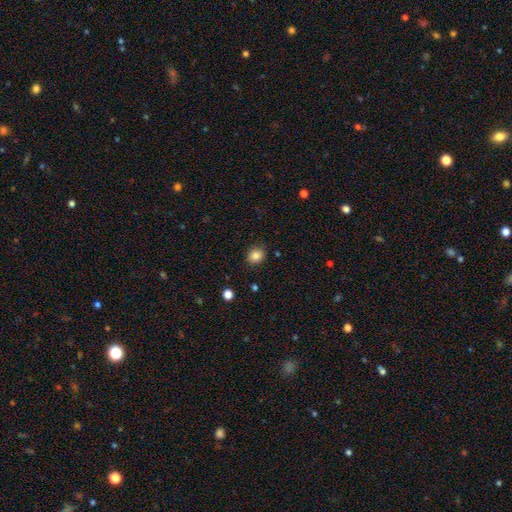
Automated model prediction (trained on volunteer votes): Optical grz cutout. It shows a smooth galaxy with no disk features (84%) that is round (69%). Merging: none (87%).